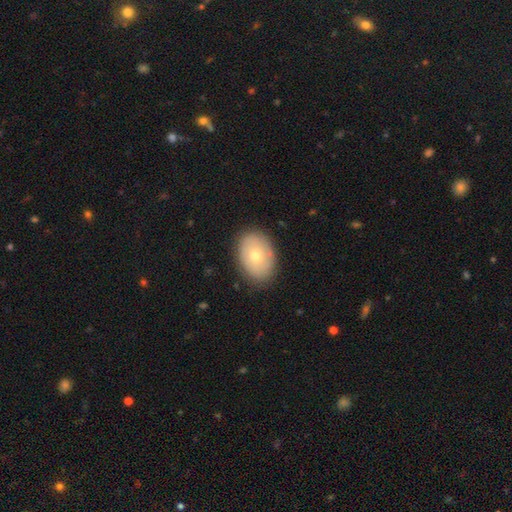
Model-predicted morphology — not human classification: Smooth or featured? Predicted: smooth (p=0.66). How rounded? Predicted: in between (p=0.80). Merging? Predicted: none (p=0.86).